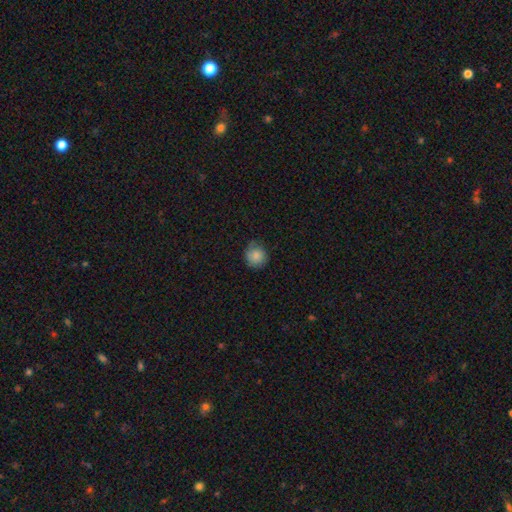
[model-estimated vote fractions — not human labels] smooth_or_featured: smooth (p=0.82) [alt: featured or disk p=0.10]
how_rounded: round (p=0.86) [alt: in between p=0.13]
merging: none (p=0.67) [alt: minor disturbance p=0.25]